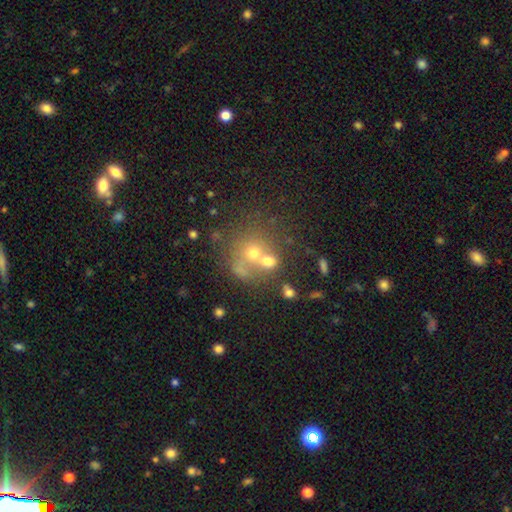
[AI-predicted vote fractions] Smooth or featured: smooth — 51% (featured or disk — 27%)
How rounded: round — 79% (in between — 20%)
Merging: merger — 43% (none — 40%)